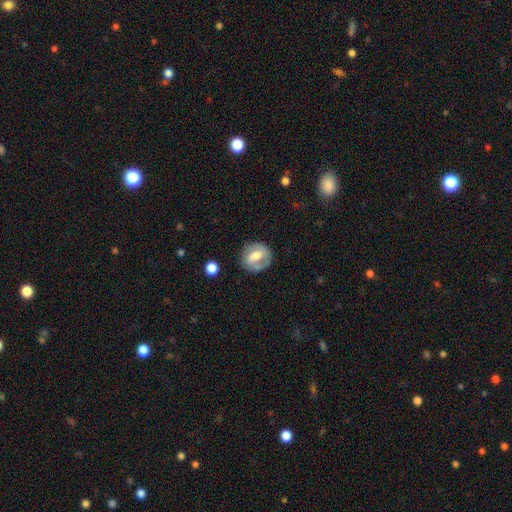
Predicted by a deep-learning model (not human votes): Morphology: type=featured or disk (50%); merging=none (74%).